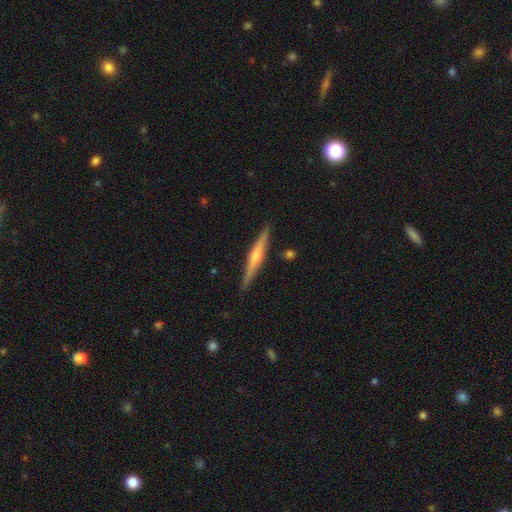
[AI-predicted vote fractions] featured or disk 73%, smooth 21%, star or artifact 6%. Down the decision tree: edge-on disk — yes (98%); edge-on bulge — rounded (78%); merging — none (90%).